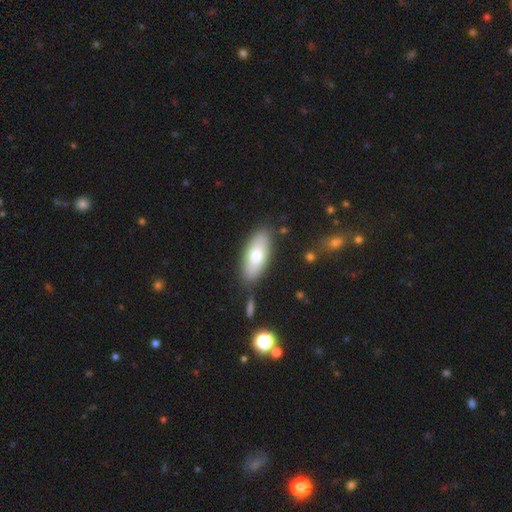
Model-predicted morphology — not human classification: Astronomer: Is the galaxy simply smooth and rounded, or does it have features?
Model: smooth — 72%.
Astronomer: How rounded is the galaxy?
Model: in between — 80%.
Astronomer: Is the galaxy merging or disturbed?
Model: none — 82%.